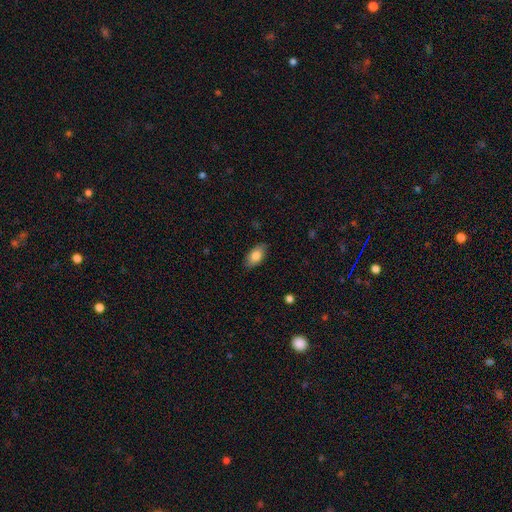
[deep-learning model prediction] A smooth galaxy with no disk features (82%) that is in between round and cigar-shaped (92%). Merging: none (84%).